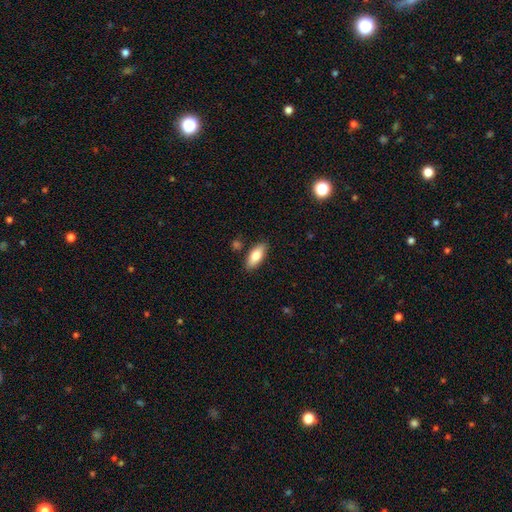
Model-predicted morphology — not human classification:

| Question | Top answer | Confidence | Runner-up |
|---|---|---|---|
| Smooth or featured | smooth | 79% | featured or disk (15%) |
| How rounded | in between | 82% | cigar-shaped (16%) |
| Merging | none | 85% | minor disturbance (10%) |